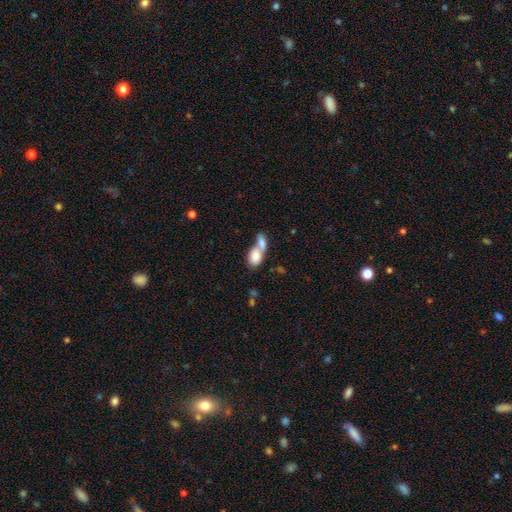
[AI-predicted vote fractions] The model was most divided on "merging": merger: 71%, none: 18%, minor disturbance: 6%, major disturbance: 4%. More confident: how rounded — in between (81%); smooth or featured — smooth (79%).